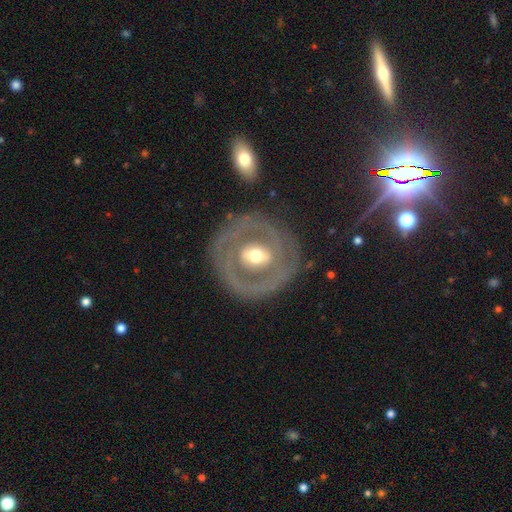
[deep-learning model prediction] Q: Smooth or featured?
A: featured or disk (72%); runner-up: smooth (22%)
Q: Edge-on disk?
A: no (94%); runner-up: yes (6%)
Q: Bar?
A: weak (35%); runner-up: no (33%)
Q: Spiral arms?
A: no (57%); runner-up: yes (43%)
Q: Bulge size?
A: moderate (66%); runner-up: small (19%)
Q: Merging?
A: none (79%); runner-up: minor disturbance (12%)